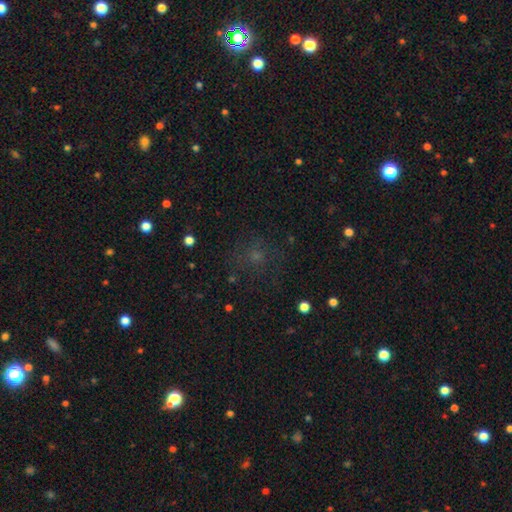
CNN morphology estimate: A smooth galaxy with no disk features (45%). Merging: none (74%).